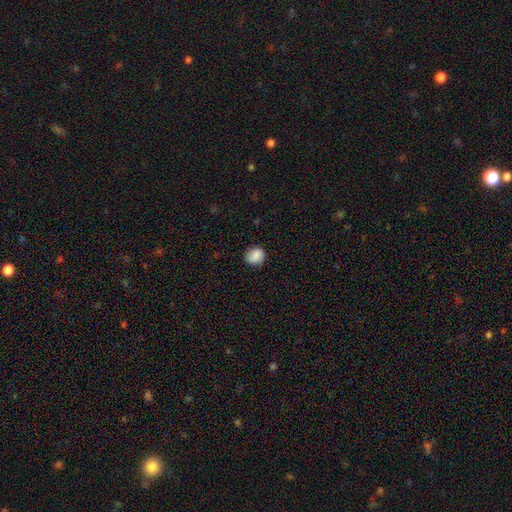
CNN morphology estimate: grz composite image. It shows a smooth galaxy with no disk features (77%) that is round (79%). Merging: none (80%).